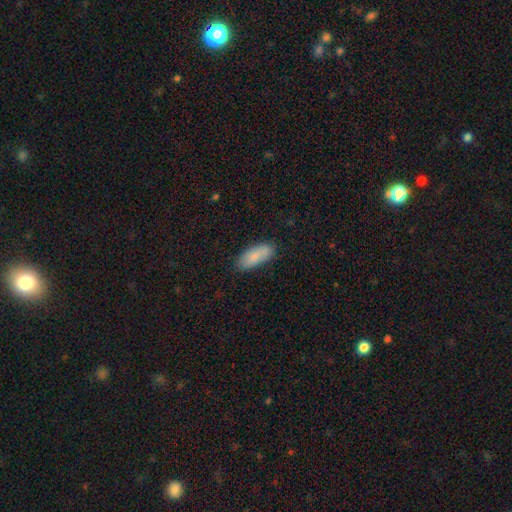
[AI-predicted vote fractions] smooth_or_featured: smooth (p=0.84) [alt: featured or disk p=0.10]
how_rounded: in between (p=0.79) [alt: cigar-shaped p=0.19]
merging: none (p=0.80) [alt: minor disturbance p=0.16]